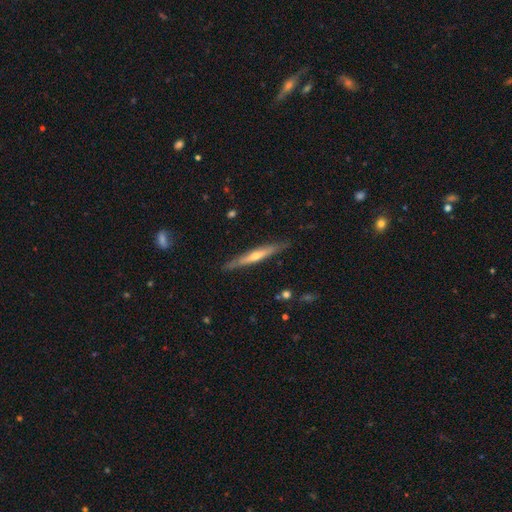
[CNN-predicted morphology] A featured or disk galaxy (63%) viewed edge-on (94%) with a rounded central bulge (71%).

Vote fractions:
- Smooth or featured? featured or disk: 63% / smooth: 32% / star or artifact: 6%
- Edge-on disk? yes: 94% / no: 6%
- Edge-on bulge? rounded: 71% / none: 25% / boxy: 4%
- Merging? none: 87% / minor disturbance: 10% / major disturbance: 2% / merger: 1%